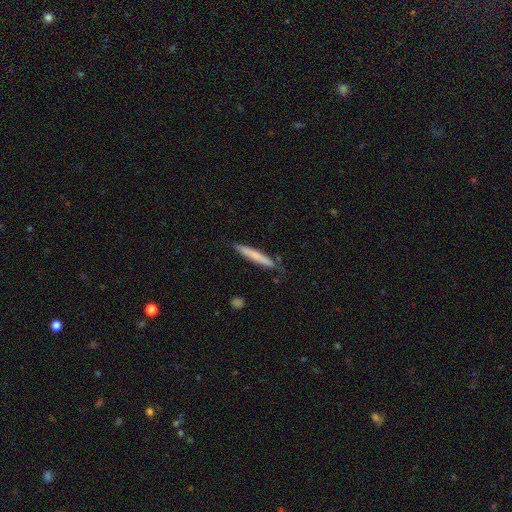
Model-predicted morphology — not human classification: smooth-or-featured: smooth: 66% | featured or disk: 28% | star or artifact: 6%
  how-rounded: cigar-shaped: 95% | in between: 4% | round: 1%
  merging: none: 81% | minor disturbance: 15% | major disturbance: 2% | merger: 2%